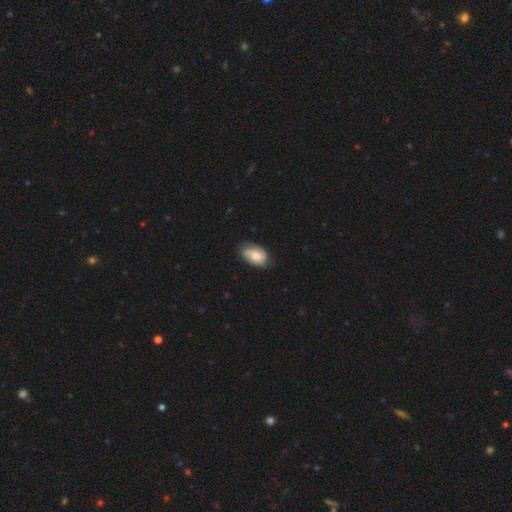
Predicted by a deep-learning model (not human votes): This is possibly a smooth galaxy (56%). How rounded: clearly in between (90%). Merging: likely none (71%).